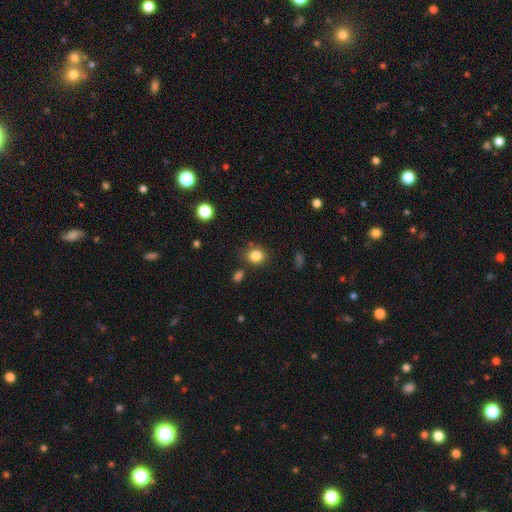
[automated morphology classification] Smooth or featured: smooth — 84% (star or artifact — 11%)
How rounded: round — 64% (in between — 35%)
Merging: none — 78% (minor disturbance — 12%)